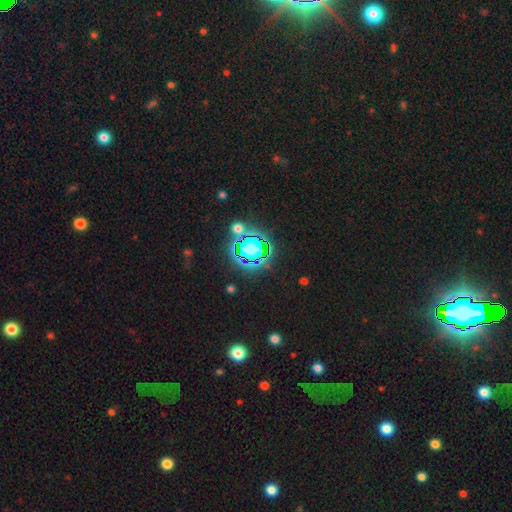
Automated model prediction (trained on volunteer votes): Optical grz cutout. It shows a star or artifact, not a galaxy (81%).